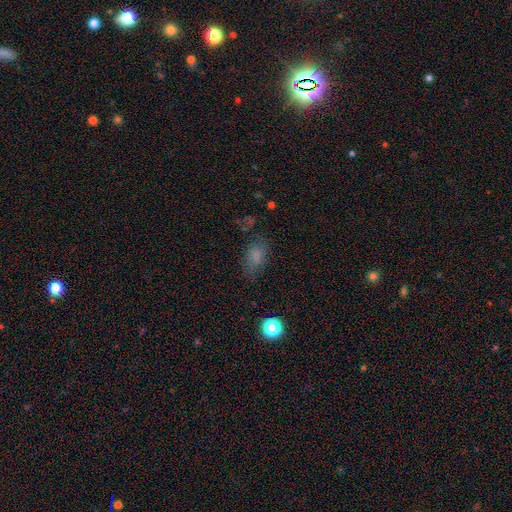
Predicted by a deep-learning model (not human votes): Smooth or featured?
  - smooth: 71% *
  - star or artifact: 17%
  - featured or disk: 12%
How rounded?
  - in between: 86% *
  - round: 10%
  - cigar-shaped: 4%
Merging?
  - none: 69% *
  - minor disturbance: 19%
  - major disturbance: 9%
  - merger: 3%